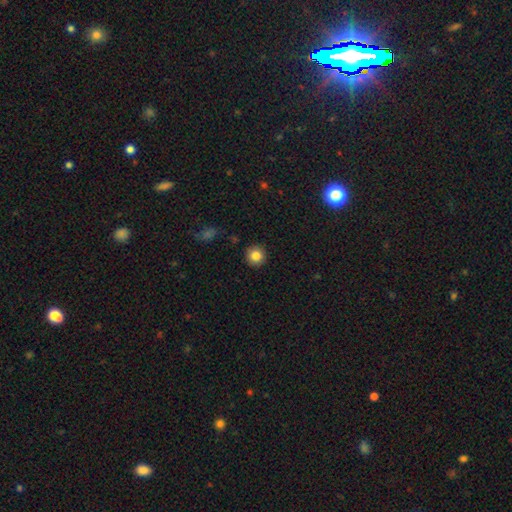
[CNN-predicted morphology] The model was most divided on "smooth or featured": smooth: 85%, star or artifact: 10%, featured or disk: 6%. More confident: how rounded — round (94%); merging — none (91%).